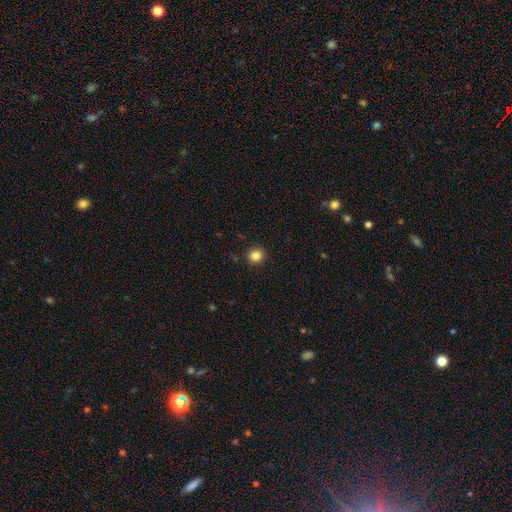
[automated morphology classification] This is clearly a smooth galaxy (85%). How rounded: clearly round (85%). Merging: clearly none (90%).